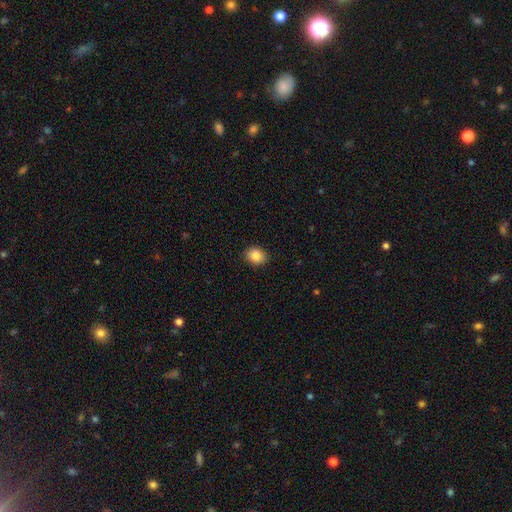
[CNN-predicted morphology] smooth-or-featured: smooth: 87% | star or artifact: 9% | featured or disk: 5%
  how-rounded: round: 53% | in between: 46% | cigar-shaped: 1%
  merging: none: 90% | minor disturbance: 7% | major disturbance: 2% | merger: 1%